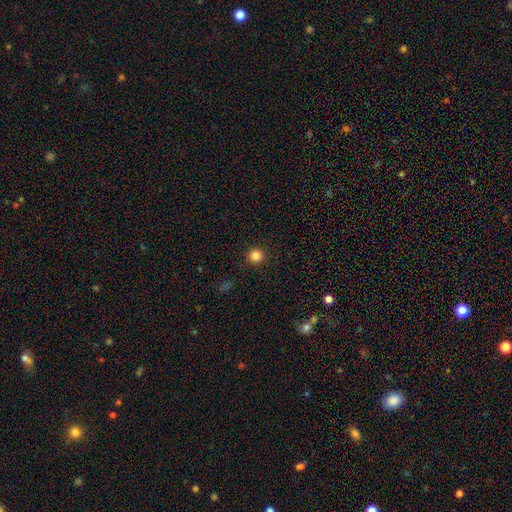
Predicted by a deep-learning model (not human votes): Smooth or featured? Predicted: smooth (p=0.84). How rounded? Predicted: round (p=0.96). Merging? Predicted: none (p=0.93).